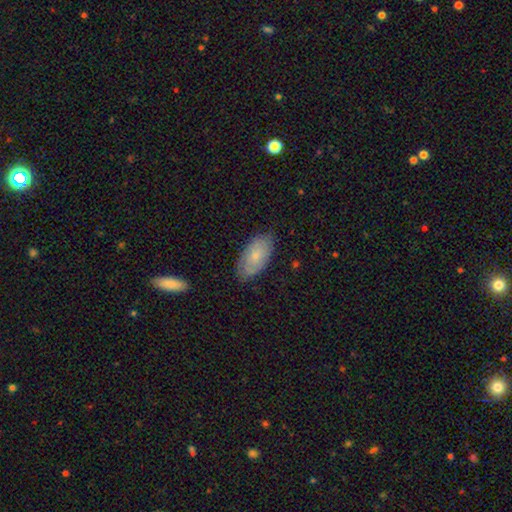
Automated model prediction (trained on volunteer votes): This appears to be a smooth galaxy with no disk features (65%) that is in between round and cigar-shaped (94%). Merging: none (77%).